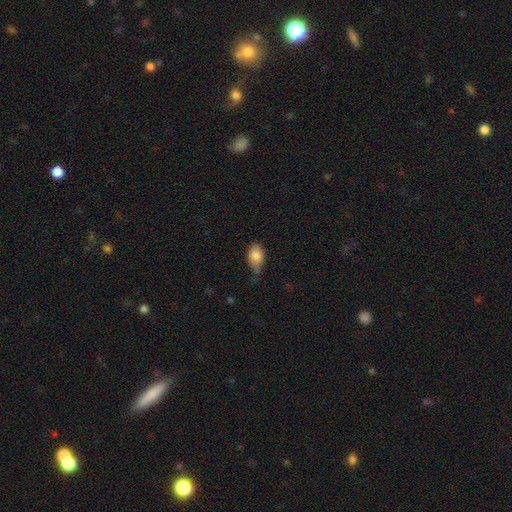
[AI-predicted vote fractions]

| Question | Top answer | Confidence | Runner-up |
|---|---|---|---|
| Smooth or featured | smooth | 84% | featured or disk (8%) |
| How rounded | in between | 87% | round (11%) |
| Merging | none | 48% | minor disturbance (39%) |